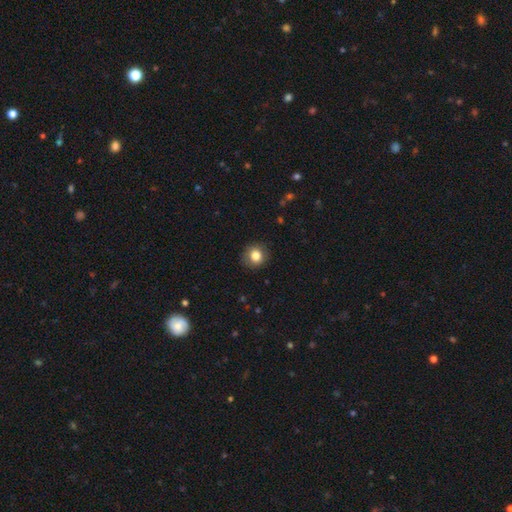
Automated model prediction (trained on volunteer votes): The model was most divided on "how rounded": round: 85%, in between: 14%, cigar-shaped: 1%. More confident: merging — none (87%); smooth or featured — smooth (82%).